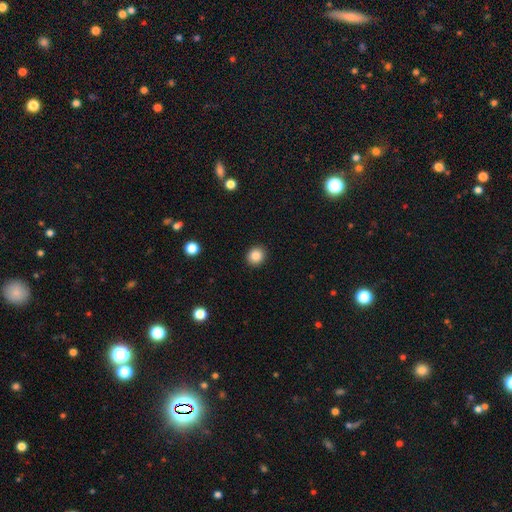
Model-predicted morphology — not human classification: This is clearly a smooth galaxy (86%). How rounded: clearly round (85%). Merging: clearly none (92%).